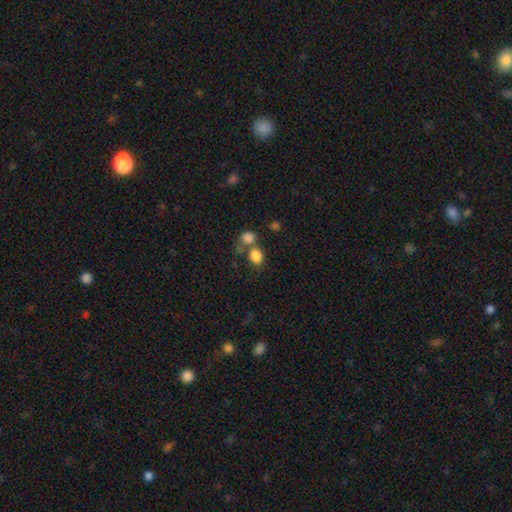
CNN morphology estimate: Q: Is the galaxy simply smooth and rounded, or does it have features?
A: smooth — 83%.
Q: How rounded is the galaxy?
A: round — 50%.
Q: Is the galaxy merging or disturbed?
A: none — 46%.